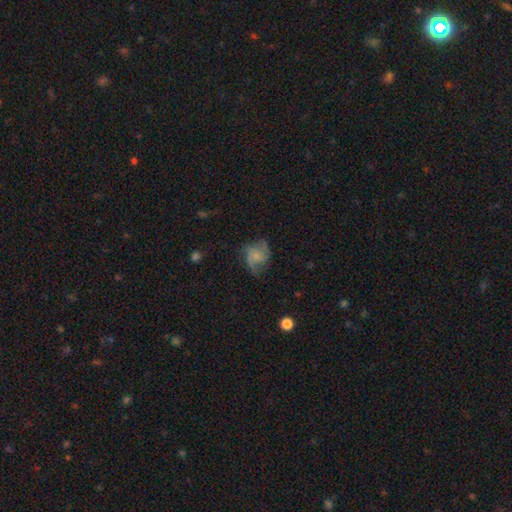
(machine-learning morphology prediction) A featured or disk galaxy (55%) with no bar (75%), spiral arms (84%) and a small central bulge (45%). Merging: none (53%).